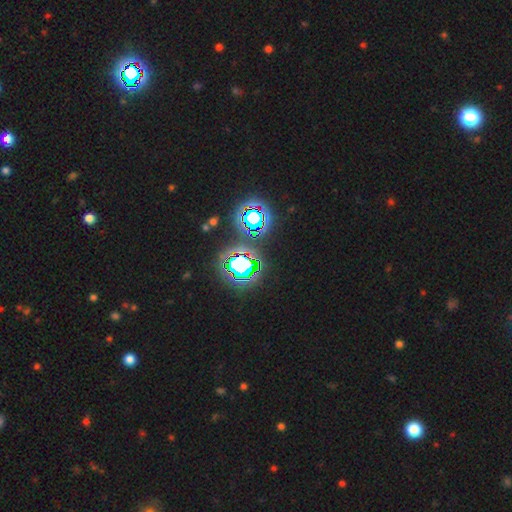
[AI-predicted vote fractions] The model was most divided on "smooth or featured": star or artifact: 80%, smooth: 13%, featured or disk: 7%.